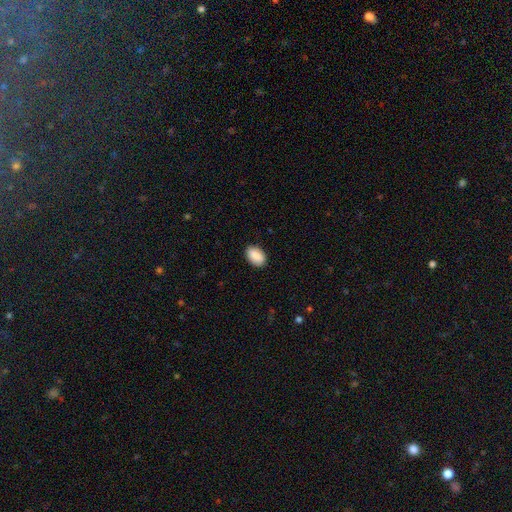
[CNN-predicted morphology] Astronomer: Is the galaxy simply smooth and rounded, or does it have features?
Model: smooth — 88%.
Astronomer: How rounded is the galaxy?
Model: in between — 90%.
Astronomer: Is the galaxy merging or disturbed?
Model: none — 88%.